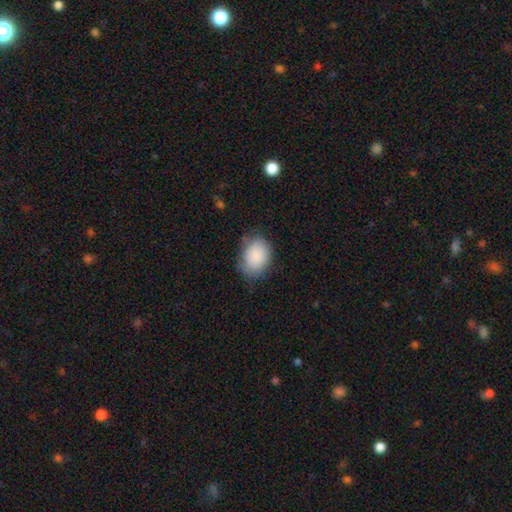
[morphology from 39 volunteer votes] A smooth galaxy with no disk features (85%) that is in between round and cigar-shaped (70%). Merging: none (67%).